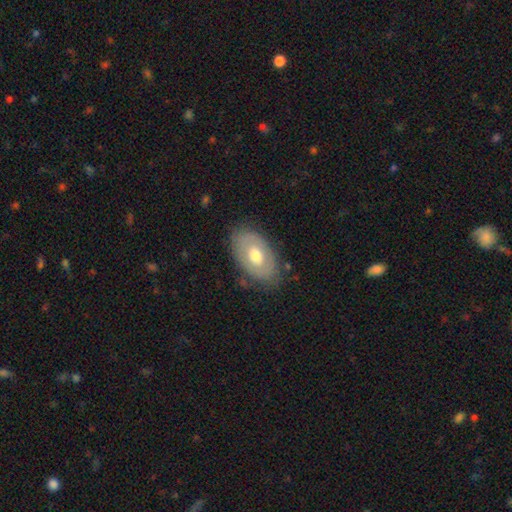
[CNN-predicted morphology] smooth-or-featured: smooth: 49% | featured or disk: 45% | star or artifact: 6%
  merging: none: 78% | minor disturbance: 16% | major disturbance: 5% | merger: 1%